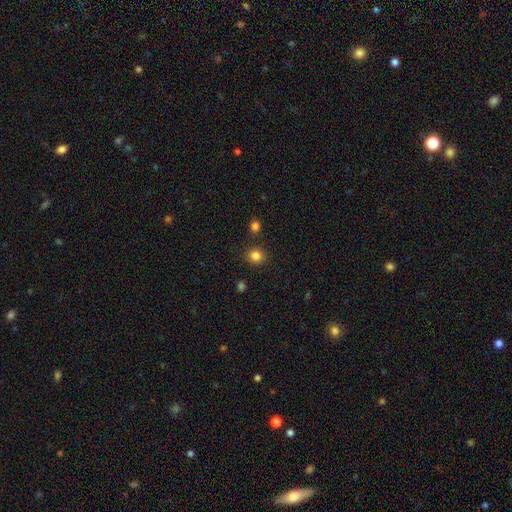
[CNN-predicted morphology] smooth-or-featured: smooth: 83% | star or artifact: 13% | featured or disk: 4%
  how-rounded: round: 87% | in between: 12% | cigar-shaped: 1%
  merging: none: 88% | minor disturbance: 6% | merger: 3% | major disturbance: 2%